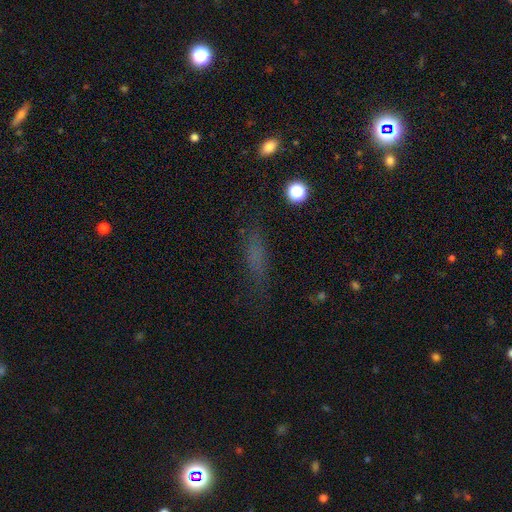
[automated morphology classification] Q: Smooth or featured?
A: smooth (58%); runner-up: star or artifact (21%)
Q: How rounded?
A: cigar-shaped (61%); runner-up: in between (34%)
Q: Merging?
A: none (72%); runner-up: minor disturbance (17%)